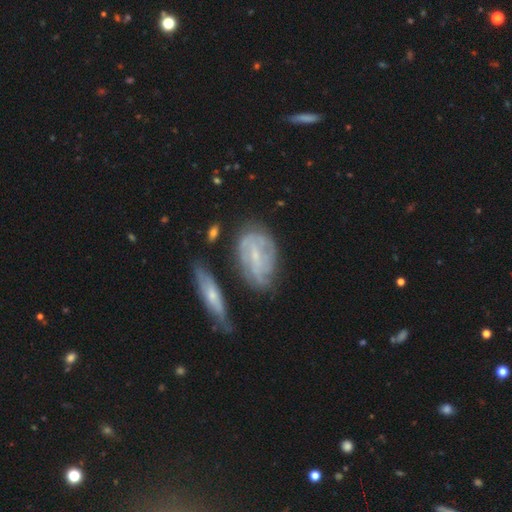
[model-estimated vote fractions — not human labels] Smooth or featured? featured or disk (76%)
Edge-on disk? no (93%)
Bar? weak (47%)
Spiral arms? yes (85%)
Spiral winding? tight (51%)
Spiral arm count? can't tell (41%)
Bulge size? small (72%)
Merging? none (60%)